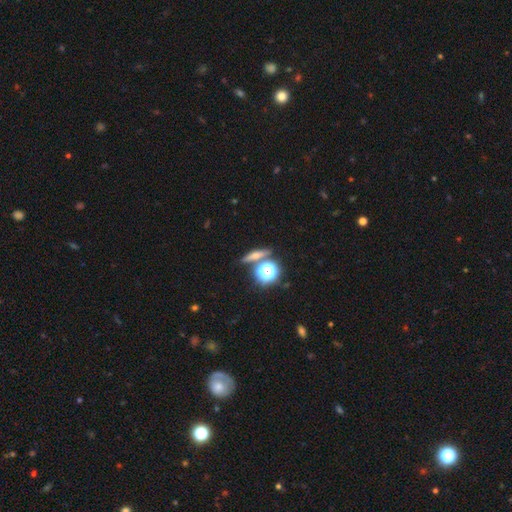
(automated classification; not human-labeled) smooth_or_featured: featured or disk (p=0.39) [tied with: smooth p=0.39]
merging: none (p=0.79) [alt: merger p=0.10]